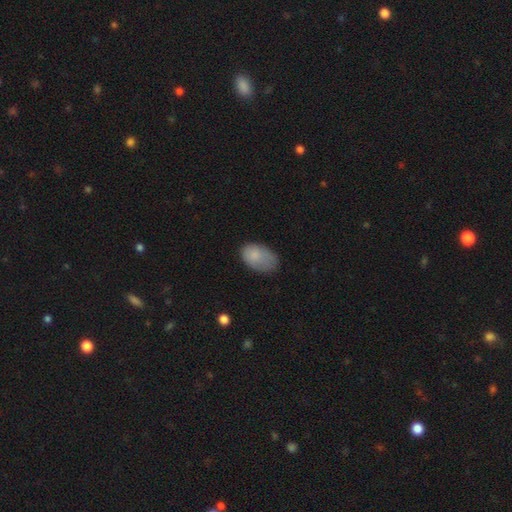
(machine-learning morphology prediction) This is clearly a smooth galaxy (82%). How rounded: clearly in between (91%). Merging: possibly none (55%).